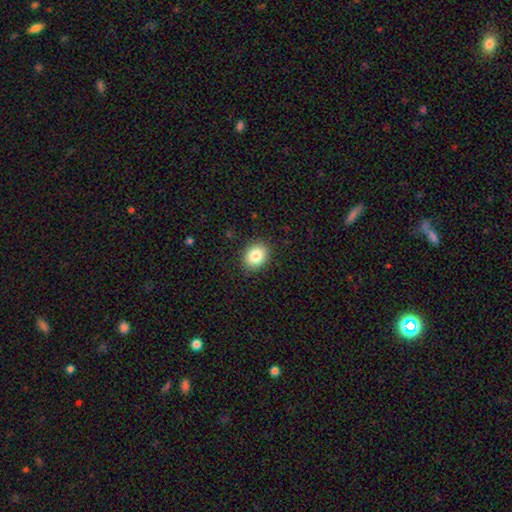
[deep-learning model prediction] Smooth or featured?
  - smooth: 84% *
  - star or artifact: 9%
  - featured or disk: 7%
How rounded?
  - round: 51% *
  - in between: 48%
  - cigar-shaped: 1%
Merging?
  - none: 89% *
  - minor disturbance: 8%
  - major disturbance: 2%
  - merger: 1%